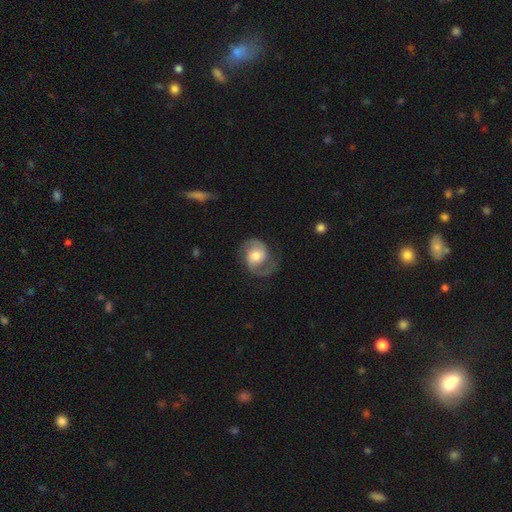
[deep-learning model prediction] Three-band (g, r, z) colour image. It shows a featured or disk galaxy (77%) with no bar (53%), 2 (89%) medium (52%) spiral arms (94%) and a moderate central bulge (58%). Merging: none (67%).